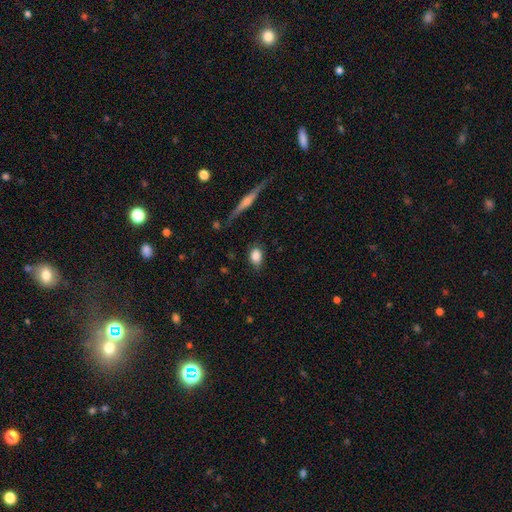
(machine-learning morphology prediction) This is clearly a smooth galaxy (84%). How rounded: likely in between (77%). Merging: clearly none (80%).